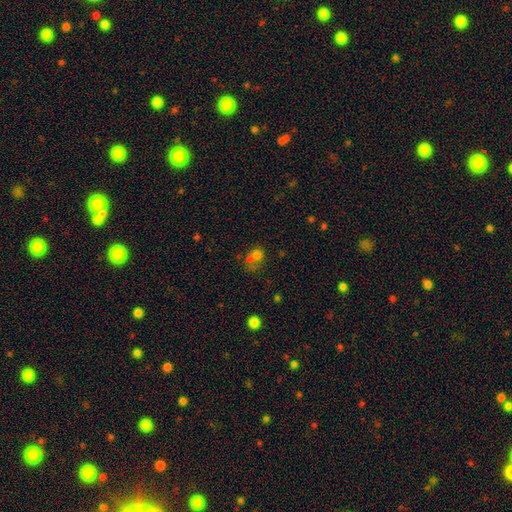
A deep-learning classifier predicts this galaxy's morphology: Q: Smooth or featured?
A: smooth (67%); runner-up: featured or disk (17%)
Q: How rounded?
A: round (69%); runner-up: in between (30%)
Q: Merging?
A: merger (52%); runner-up: none (32%)